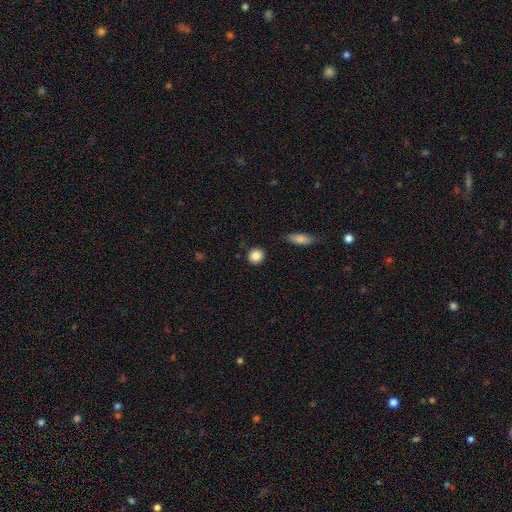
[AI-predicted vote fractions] A smooth galaxy with no disk features (87%) that is round (90%).

Vote fractions:
- Smooth or featured? smooth: 87% / star or artifact: 9% / featured or disk: 5%
- How rounded? round: 90% / in between: 9% / cigar-shaped: 1%
- Merging? none: 88% / minor disturbance: 8% / merger: 3% / major disturbance: 2%